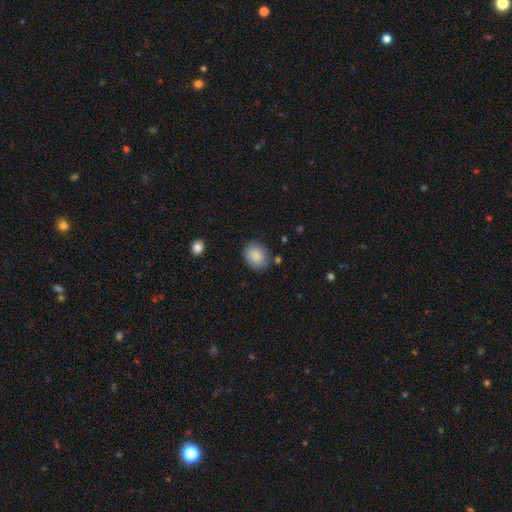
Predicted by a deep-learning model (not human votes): Overall: smooth (88%). How rounded: round (60%; in between 39%). Merging: none (81%).